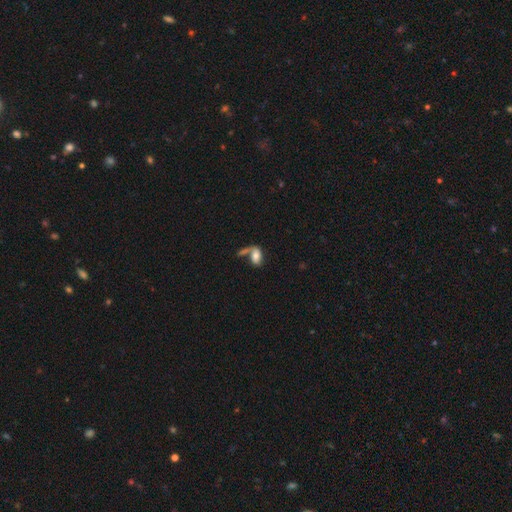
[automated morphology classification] Smooth or featured: smooth — 66% (featured or disk — 25%)
How rounded: in between — 88% (round — 7%)
Merging: merger — 42% (none — 31%)